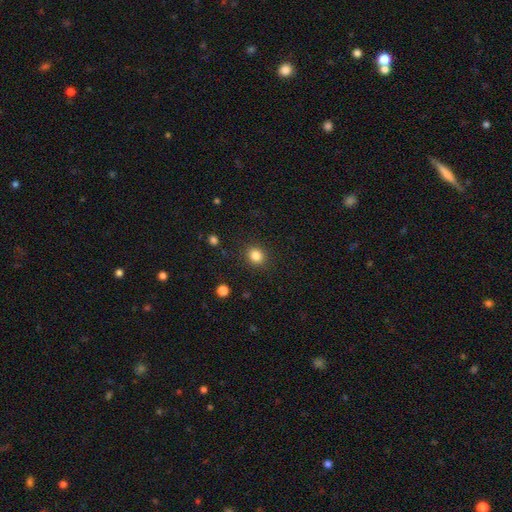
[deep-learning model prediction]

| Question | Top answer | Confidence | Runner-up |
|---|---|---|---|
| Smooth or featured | smooth | 84% | star or artifact (12%) |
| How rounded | round | 79% | in between (20%) |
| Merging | none | 89% | minor disturbance (7%) |